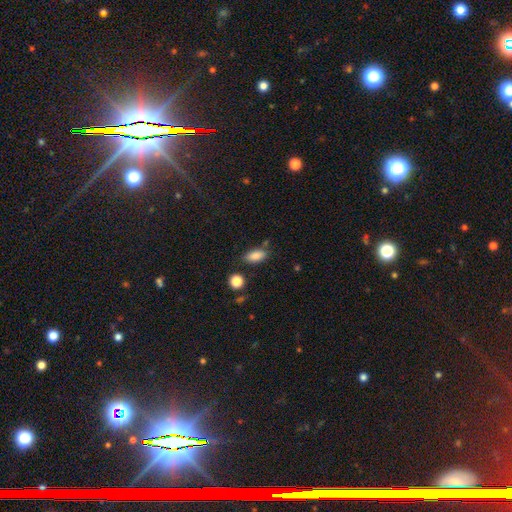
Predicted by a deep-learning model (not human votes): smooth 86%, star or artifact 9%, featured or disk 5%. Down the decision tree: how rounded — in between (87%); merging — none (76%).